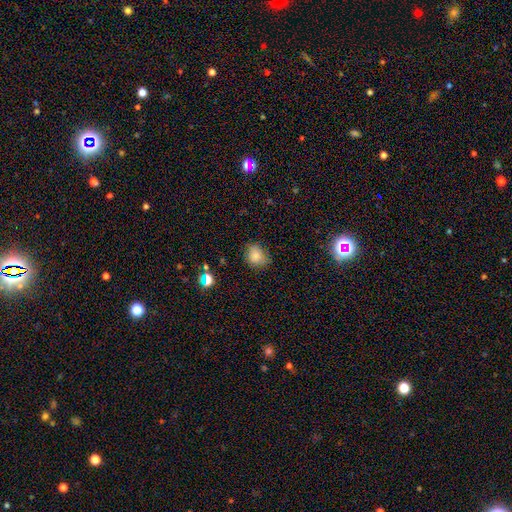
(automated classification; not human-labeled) This appears to be a smooth galaxy with no disk features (80%) that is round (54%). Merging: none (71%).